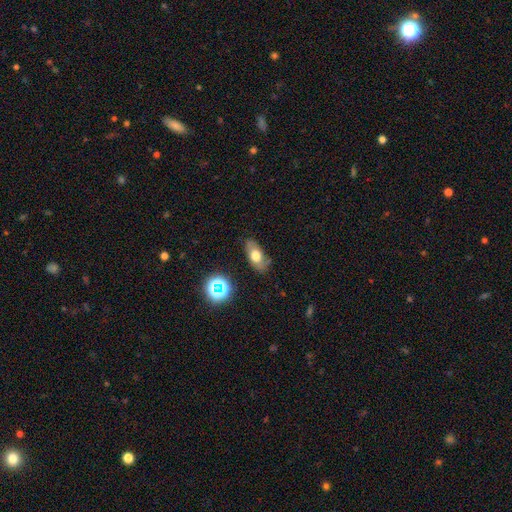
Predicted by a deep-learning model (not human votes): smooth_or_featured: smooth (p=0.61) [alt: featured or disk p=0.27]
how_rounded: in between (p=0.86) [alt: round p=0.08]
merging: none (p=0.73) [alt: minor disturbance p=0.19]